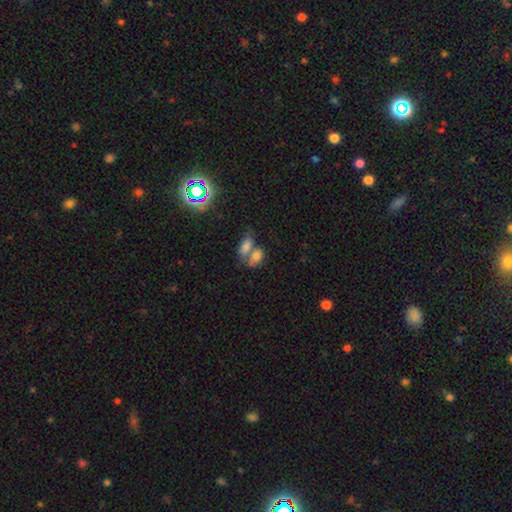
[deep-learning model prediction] Overall: smooth (75%). How rounded: in between (85%). Merging: merger (65%).